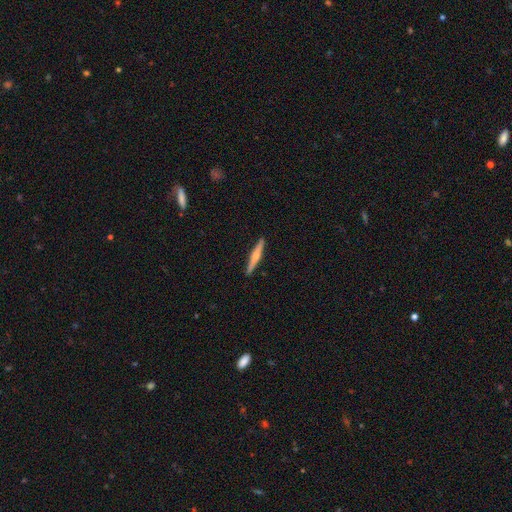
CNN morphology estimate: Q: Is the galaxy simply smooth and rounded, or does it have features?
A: featured or disk — 55%.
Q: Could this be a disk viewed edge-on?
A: yes — 98%.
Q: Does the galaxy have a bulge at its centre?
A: rounded — 74%.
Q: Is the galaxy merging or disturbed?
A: none — 91%.